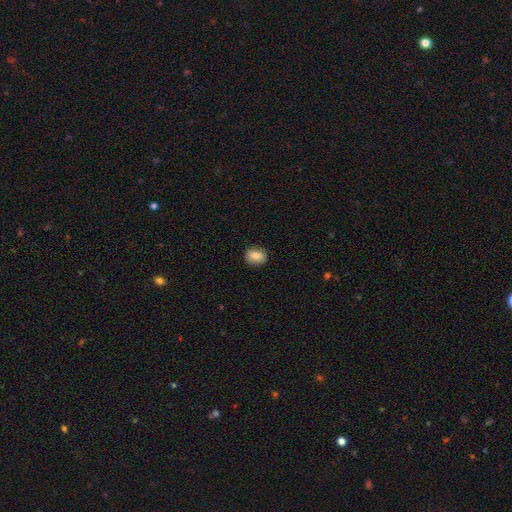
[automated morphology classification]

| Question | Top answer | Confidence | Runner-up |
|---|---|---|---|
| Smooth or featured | smooth | 83% | featured or disk (9%) |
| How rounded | in between | 61% | round (37%) |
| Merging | none | 87% | minor disturbance (10%) |